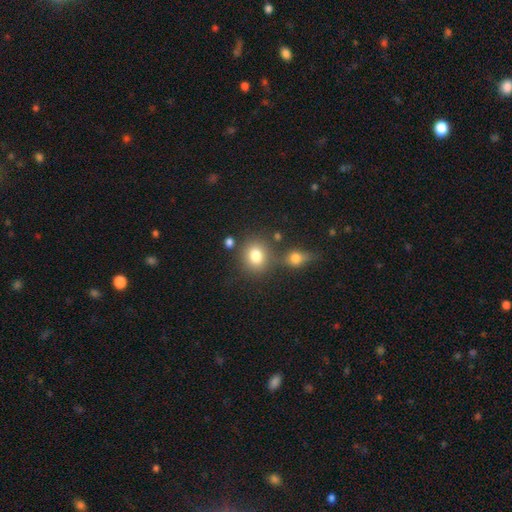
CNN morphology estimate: A smooth galaxy with no disk features (79%) that is round (69%). Merging: none (67%).